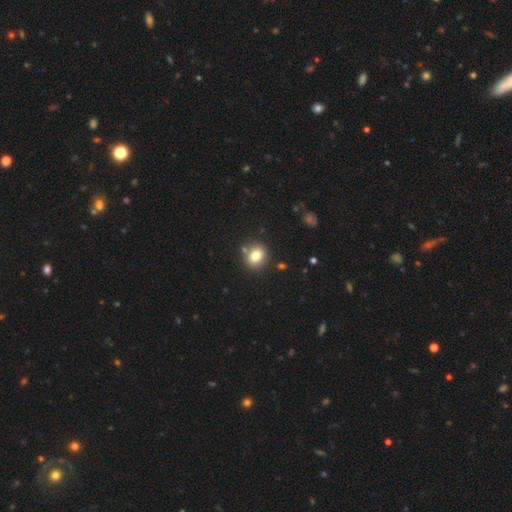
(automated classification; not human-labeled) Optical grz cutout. It shows a smooth galaxy with no disk features (79%) that is round (73%). Merging: none (79%).